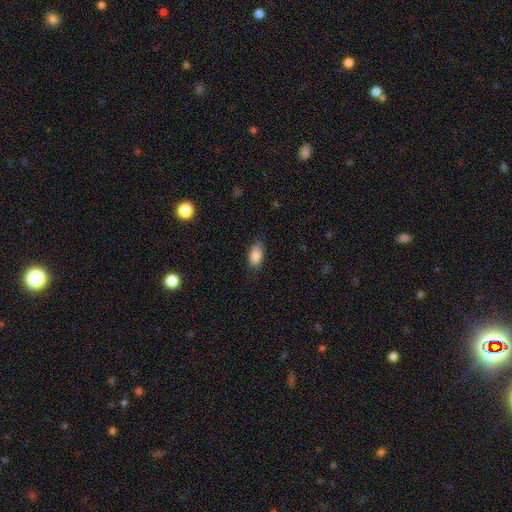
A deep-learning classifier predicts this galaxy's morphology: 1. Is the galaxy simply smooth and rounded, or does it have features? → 86% smooth, 7% star or artifact, 7% featured or disk.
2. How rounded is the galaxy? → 91% in between, 6% cigar-shaped, 3% round.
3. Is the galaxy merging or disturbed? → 80% none, 16% minor disturbance, 3% major disturbance, 1% merger.